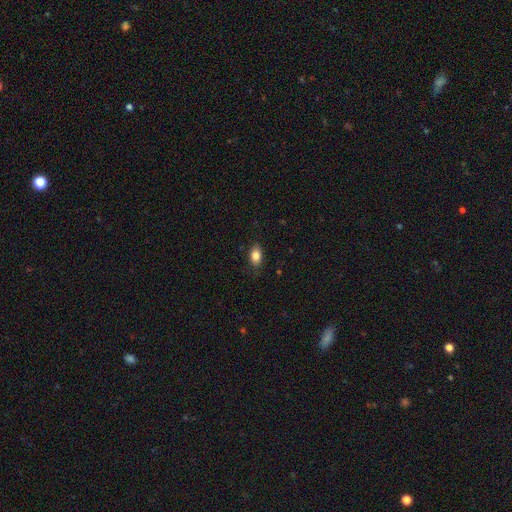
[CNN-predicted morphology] Smooth or featured?
  - smooth: 84% *
  - star or artifact: 9%
  - featured or disk: 7%
How rounded?
  - in between: 85% *
  - round: 13%
  - cigar-shaped: 2%
Merging?
  - none: 83% *
  - minor disturbance: 13%
  - major disturbance: 3%
  - merger: 1%